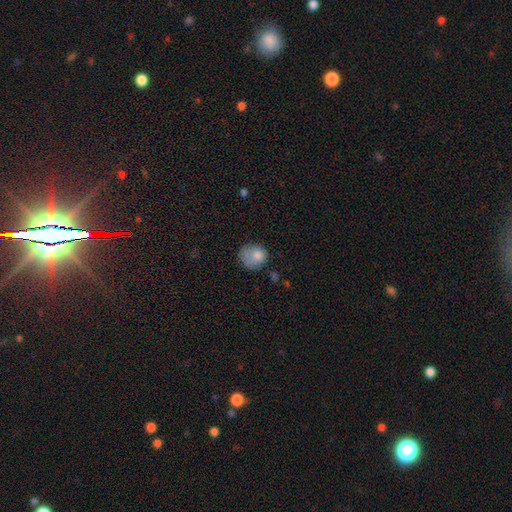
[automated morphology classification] smooth 78%, featured or disk 13%, star or artifact 9%. Down the decision tree: how rounded — round (69%); merging — none (44%).